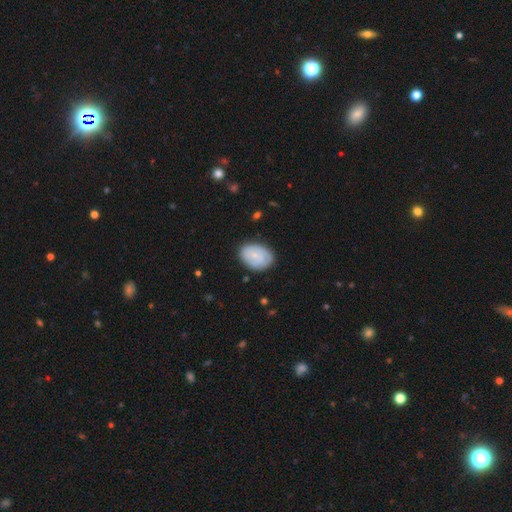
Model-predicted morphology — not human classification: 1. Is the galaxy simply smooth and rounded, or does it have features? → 50% smooth, 43% featured or disk, 7% star or artifact.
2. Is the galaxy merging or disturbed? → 75% none, 19% minor disturbance, 5% major disturbance, 1% merger.